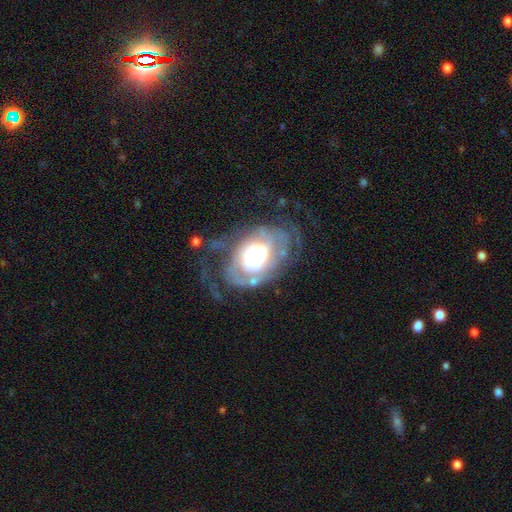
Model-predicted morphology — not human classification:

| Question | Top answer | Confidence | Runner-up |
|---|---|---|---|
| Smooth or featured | featured or disk | 76% | smooth (18%) |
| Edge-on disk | no | 97% | yes (3%) |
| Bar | no | 75% | weak (19%) |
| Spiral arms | yes | 80% | no (20%) |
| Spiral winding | tight | 49% | medium (33%) |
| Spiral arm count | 2 | 40% | can't tell (34%) |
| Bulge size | moderate | 38% | large (35%) |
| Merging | none | 41% | major disturbance (33%) |